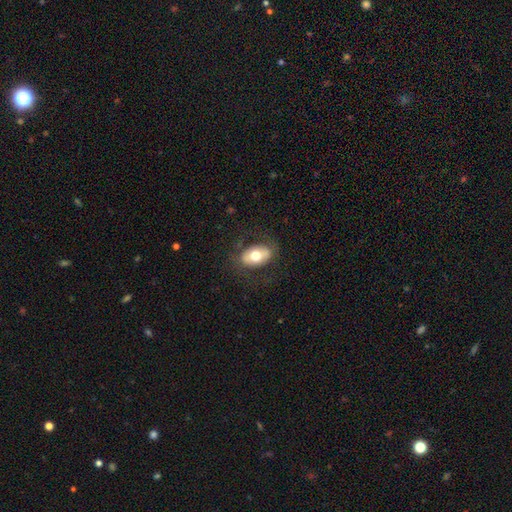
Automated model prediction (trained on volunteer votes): This appears to be a smooth galaxy with no disk features (60%) that is in between round and cigar-shaped (88%). Merging: none (76%).